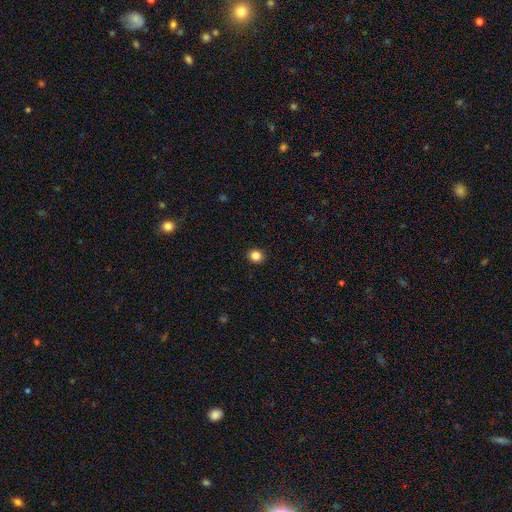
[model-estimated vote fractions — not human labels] This is clearly a smooth galaxy (85%). How rounded: clearly round (83%). Merging: clearly none (92%).